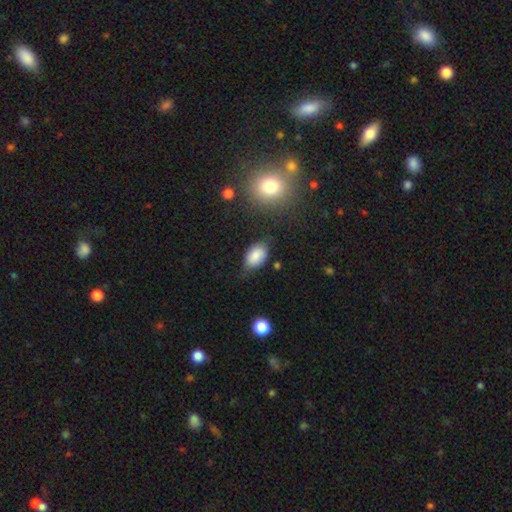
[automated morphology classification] Smooth or featured: smooth — 80% (featured or disk — 11%)
How rounded: in between — 89% (round — 9%)
Merging: none — 60% (minor disturbance — 30%)